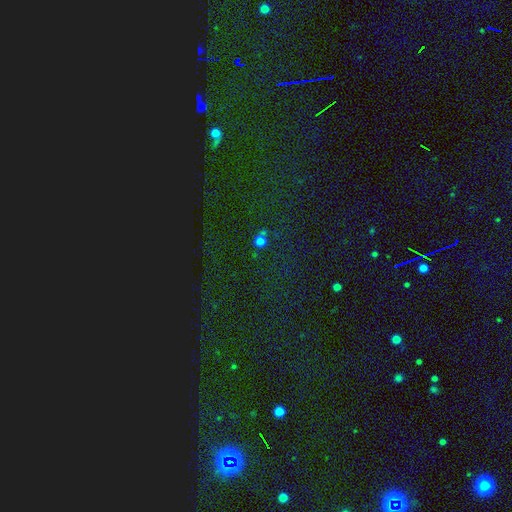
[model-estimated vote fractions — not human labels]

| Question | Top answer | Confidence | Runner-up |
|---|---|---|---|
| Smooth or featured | star or artifact | 78% | smooth (14%) |